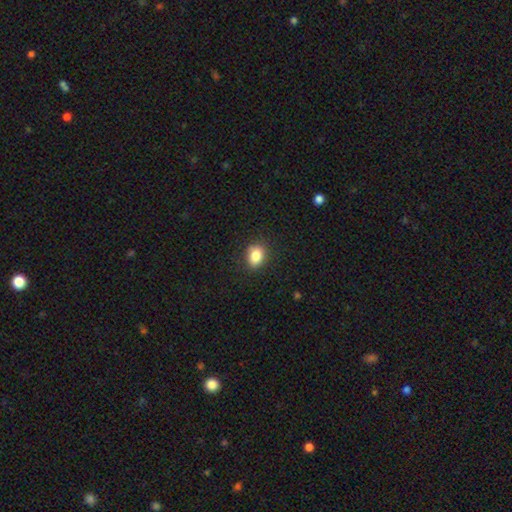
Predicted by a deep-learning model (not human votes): Morphology: type=smooth (84%); roundness=in between (62%); merging=none (85%).